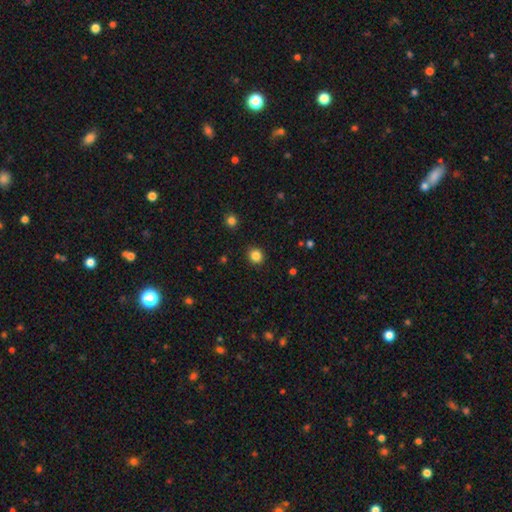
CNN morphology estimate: Smooth or featured?
  - smooth: 84% *
  - star or artifact: 12%
  - featured or disk: 4%
How rounded?
  - round: 89% *
  - in between: 11%
  - cigar-shaped: 1%
Merging?
  - none: 92% *
  - minor disturbance: 5%
  - major disturbance: 2%
  - merger: 1%